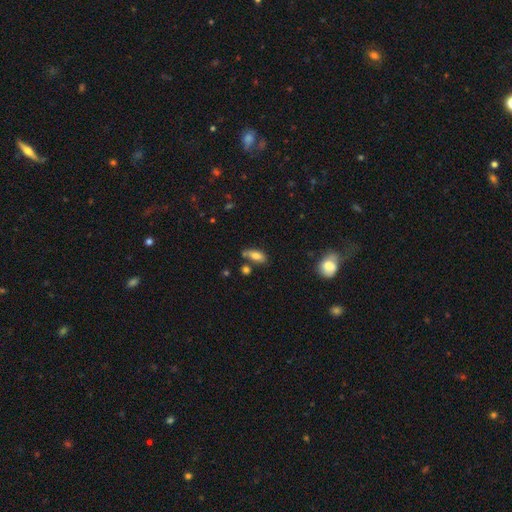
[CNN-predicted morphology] This appears to be a smooth galaxy with no disk features (77%) that is in between round and cigar-shaped (81%). Merging: none (59%).